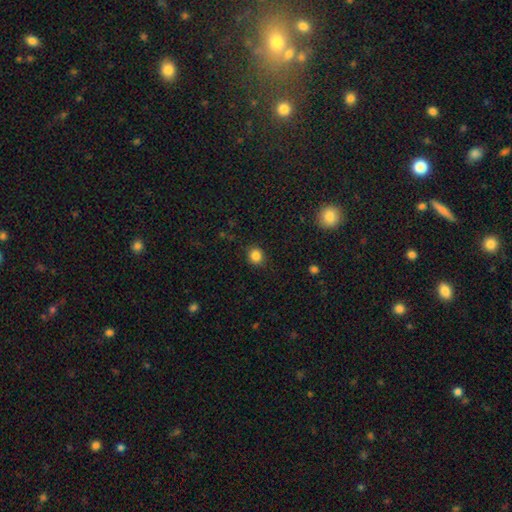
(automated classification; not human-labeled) The model was most divided on "how rounded": round: 80%, in between: 19%, cigar-shaped: 1%. More confident: merging — none (88%); smooth or featured — smooth (85%).